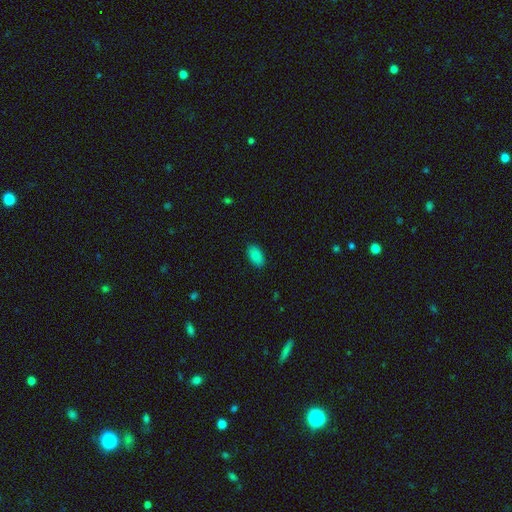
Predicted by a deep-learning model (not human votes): Smooth or featured? Predicted: smooth (p=0.86). How rounded? Predicted: in between (p=0.94). Merging? Predicted: none (p=0.88).